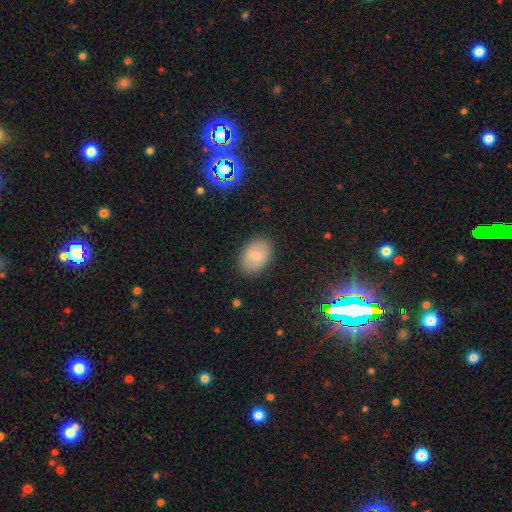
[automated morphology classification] Smooth or featured: smooth — 78% (featured or disk — 13%)
How rounded: in between — 79% (round — 20%)
Merging: none — 86% (minor disturbance — 10%)